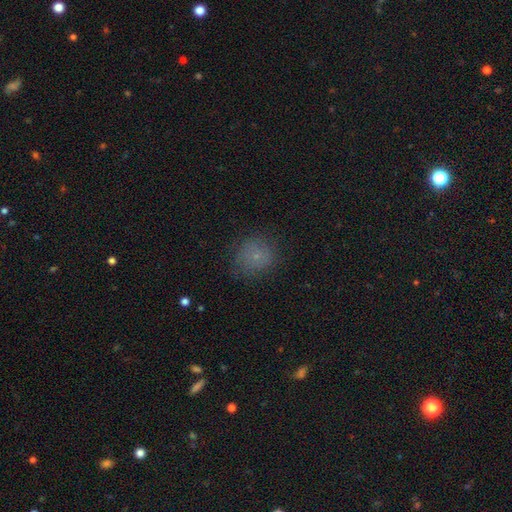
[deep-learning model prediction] Smooth or featured? smooth (69%)
How rounded? round (84%)
Merging? none (73%)